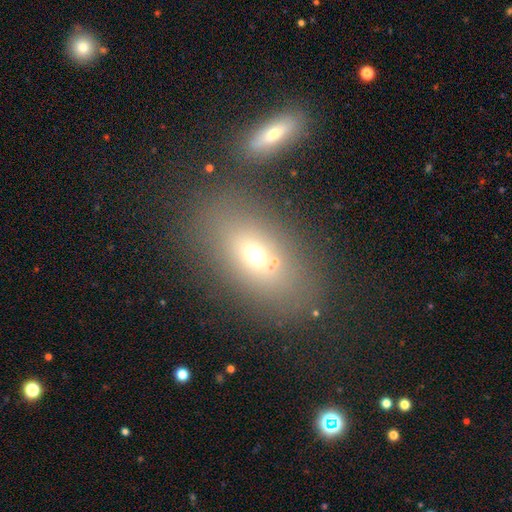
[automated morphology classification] Smooth or featured? smooth (62%)
How rounded? in between (79%)
Merging? none (58%)